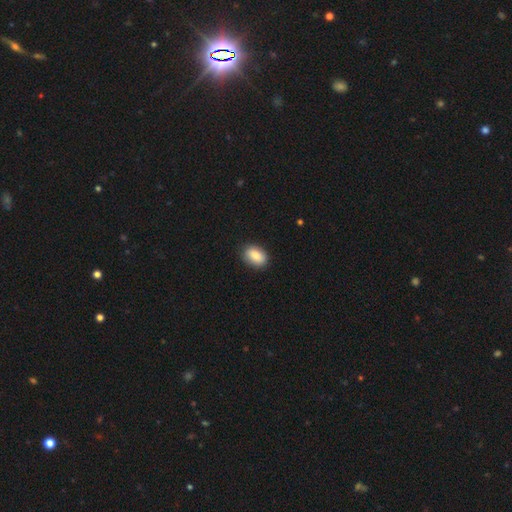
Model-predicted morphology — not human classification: The model was most divided on "how rounded": in between: 84%, round: 14%, cigar-shaped: 1%. More confident: merging — none (87%); smooth or featured — smooth (85%).